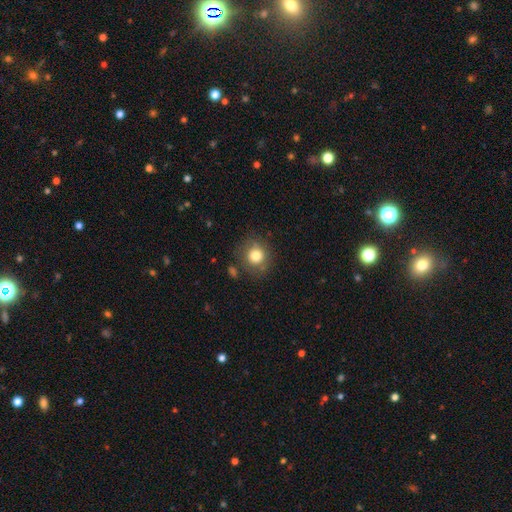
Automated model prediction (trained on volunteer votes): Smooth or featured: smooth — 79% (star or artifact — 11%)
How rounded: round — 87% (in between — 12%)
Merging: none — 80% (minor disturbance — 12%)